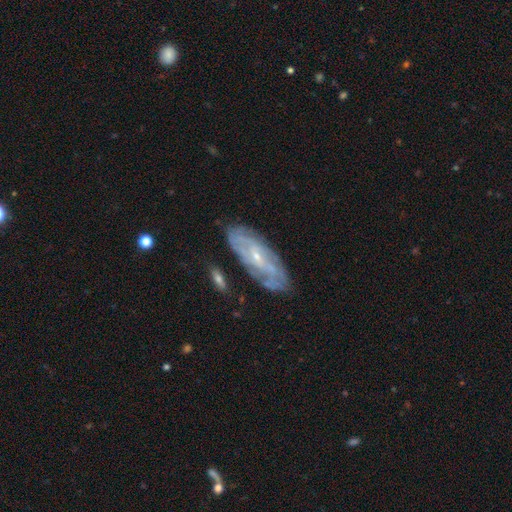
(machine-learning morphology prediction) type=featured or disk (69%); edge-on=no (81%); bar=no (52%); spiral arms=yes (78%); bulge=small (69%); merging=none (79%).